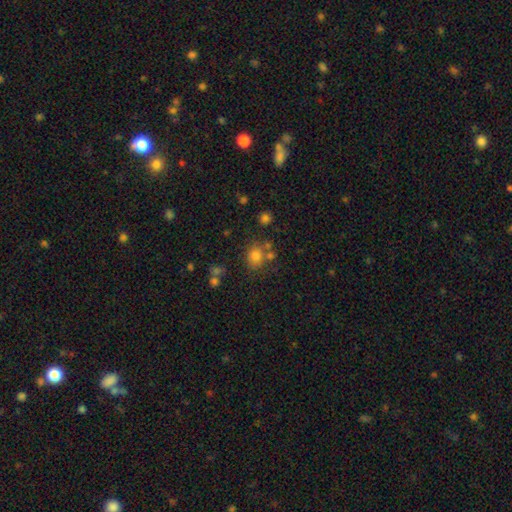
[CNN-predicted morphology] Overall: smooth (74%). How rounded: round (71%). Merging: none (66%).